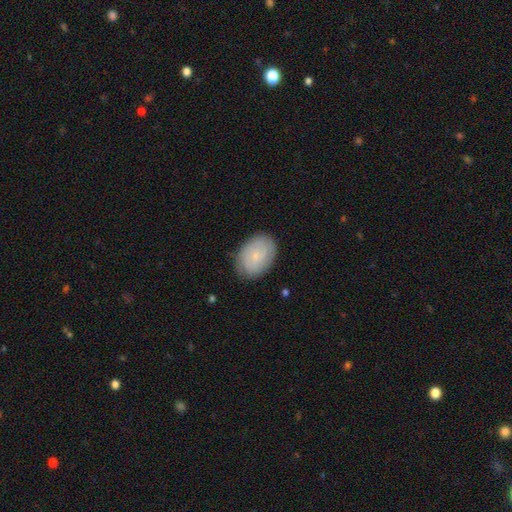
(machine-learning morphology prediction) A smooth galaxy with no disk features (56%) that is in between round and cigar-shaped (78%). Merging: none (82%).